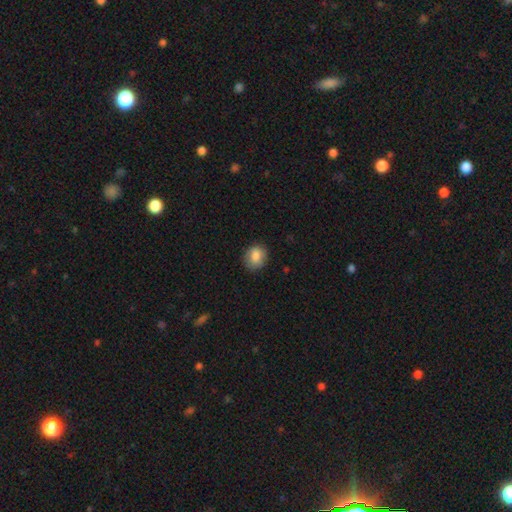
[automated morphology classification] Smooth or featured? Predicted: smooth (p=0.84). How rounded? Predicted: round (p=0.67). Merging? Predicted: none (p=0.82).